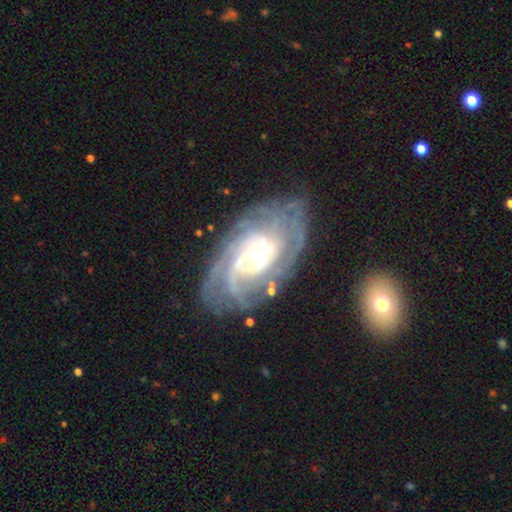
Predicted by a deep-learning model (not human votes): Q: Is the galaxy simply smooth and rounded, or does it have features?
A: featured or disk — 89%.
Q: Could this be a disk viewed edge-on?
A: no — 95%.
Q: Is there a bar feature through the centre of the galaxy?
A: no — 60%.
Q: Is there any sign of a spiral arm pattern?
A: yes — 97%.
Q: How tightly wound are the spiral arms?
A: tight — 66%.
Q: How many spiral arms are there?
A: can't tell — 29%.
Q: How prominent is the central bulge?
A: moderate — 61%.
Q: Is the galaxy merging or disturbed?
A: none — 74%.